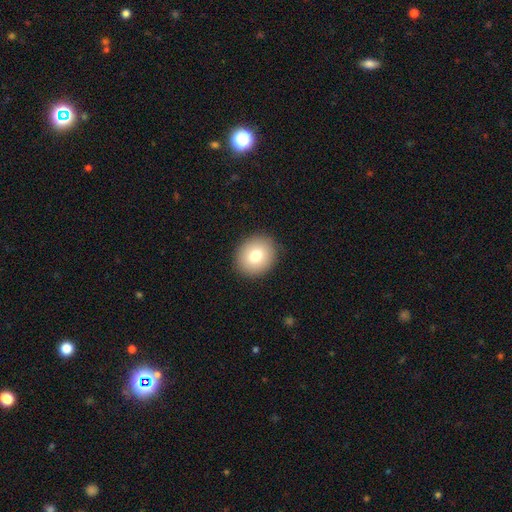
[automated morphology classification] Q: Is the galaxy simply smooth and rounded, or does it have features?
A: smooth — 77%.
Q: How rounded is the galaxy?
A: round — 76%.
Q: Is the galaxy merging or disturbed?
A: none — 90%.